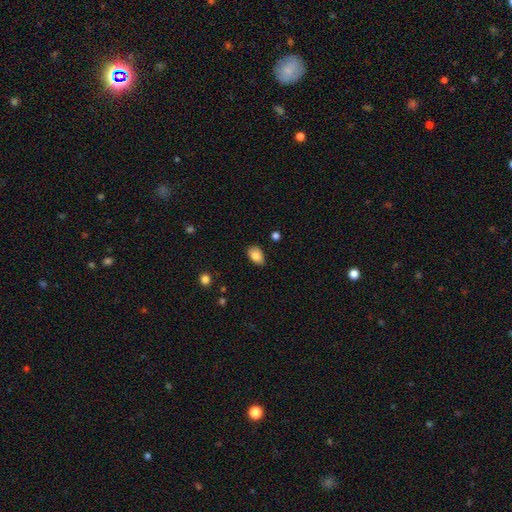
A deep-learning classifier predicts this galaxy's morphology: Smooth or featured? Predicted: smooth (p=0.84). How rounded? Predicted: in between (p=0.88). Merging? Predicted: none (p=0.77).